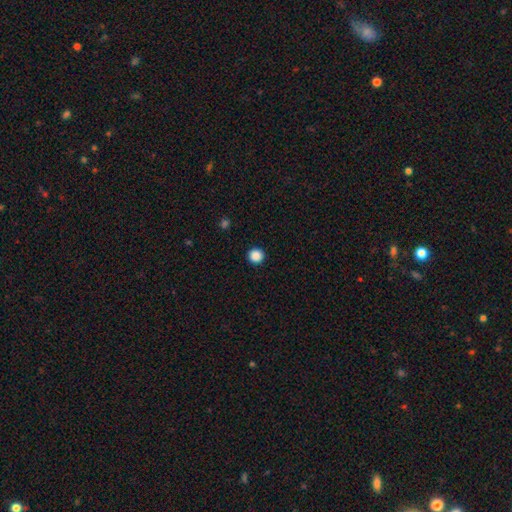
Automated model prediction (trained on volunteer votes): smooth_or_featured: smooth (p=0.88) [alt: star or artifact p=0.10]
how_rounded: round (p=0.95) [alt: in between p=0.04]
merging: none (p=0.93) [alt: minor disturbance p=0.05]